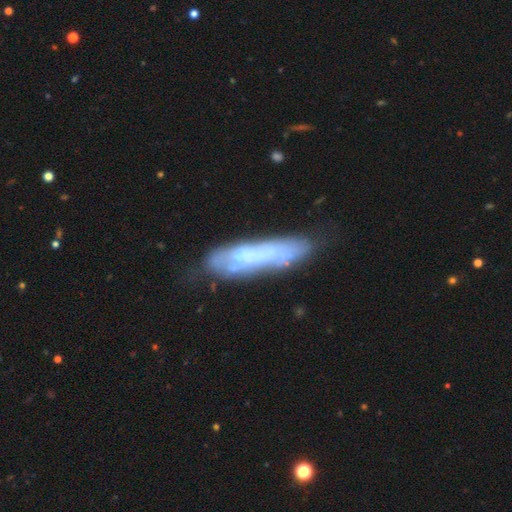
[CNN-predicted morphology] This is possibly a featured or disk galaxy (47%). Merging: likely none (61%).